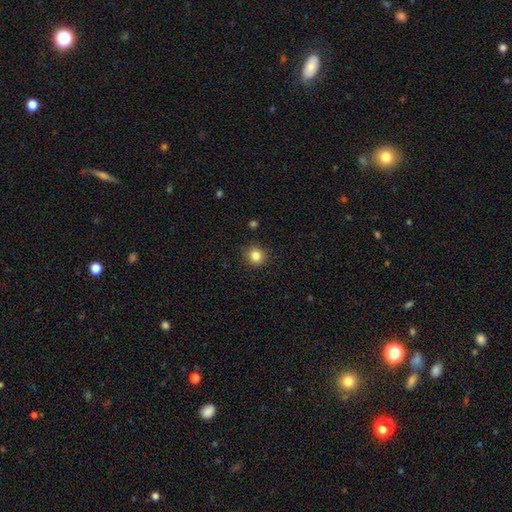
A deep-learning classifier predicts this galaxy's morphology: Q: Smooth or featured?
A: smooth (84%); runner-up: star or artifact (11%)
Q: How rounded?
A: round (91%); runner-up: in between (8%)
Q: Merging?
A: none (89%); runner-up: minor disturbance (7%)